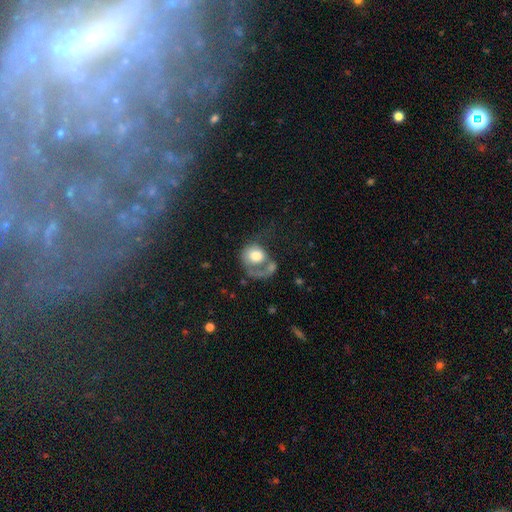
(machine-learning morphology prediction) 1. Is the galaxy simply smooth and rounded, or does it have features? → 55% smooth, 37% featured or disk, 8% star or artifact.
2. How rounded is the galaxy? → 69% round, 30% in between, 1% cigar-shaped.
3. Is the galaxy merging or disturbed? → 48% major disturbance, 22% none, 16% merger, 14% minor disturbance.